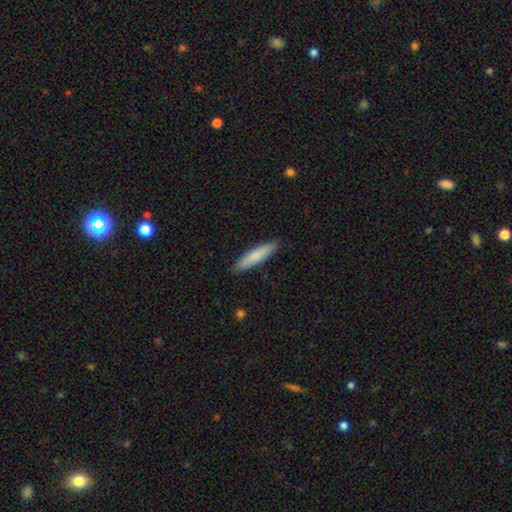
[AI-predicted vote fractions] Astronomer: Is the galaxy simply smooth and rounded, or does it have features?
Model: smooth — 80%.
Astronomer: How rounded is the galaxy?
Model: cigar-shaped — 85%.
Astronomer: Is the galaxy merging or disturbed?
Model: none — 90%.